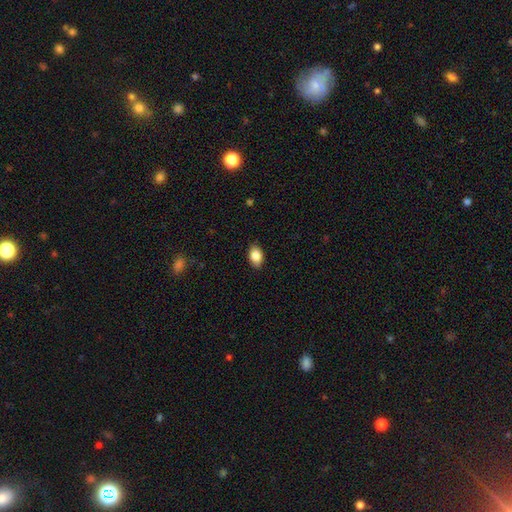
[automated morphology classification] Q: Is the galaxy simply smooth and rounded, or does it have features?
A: smooth — 86%.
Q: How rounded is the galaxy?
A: in between — 87%.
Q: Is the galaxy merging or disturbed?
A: none — 87%.